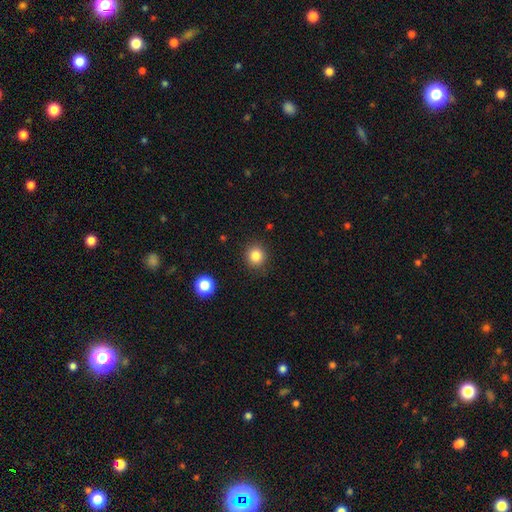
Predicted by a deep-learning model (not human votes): smooth_or_featured: smooth (p=0.84) [alt: star or artifact p=0.11]
how_rounded: round (p=0.88) [alt: in between p=0.11]
merging: none (p=0.89) [alt: minor disturbance p=0.08]